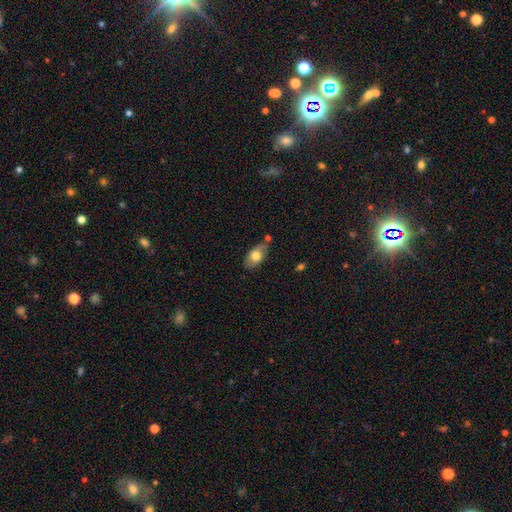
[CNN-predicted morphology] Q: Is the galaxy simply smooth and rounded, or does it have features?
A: smooth — 70%.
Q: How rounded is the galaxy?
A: in between — 91%.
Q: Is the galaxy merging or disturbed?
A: none — 66%.